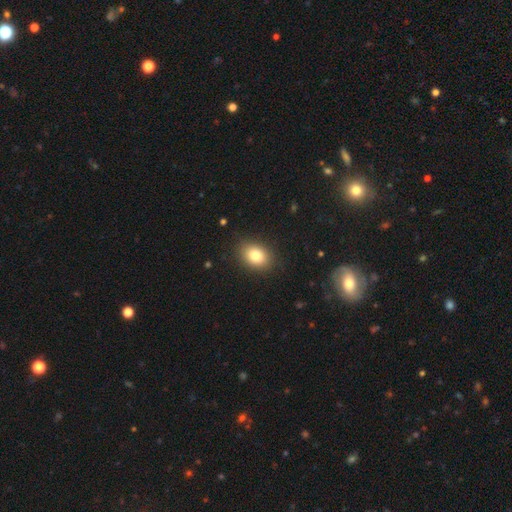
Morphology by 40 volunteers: smooth_or_featured: smooth (p=0.93) [alt: featured or disk p=0.07]
how_rounded: in between (p=0.92) [alt: round p=0.08]
merging: none (p=0.93) [alt: minor disturbance p=0.07]